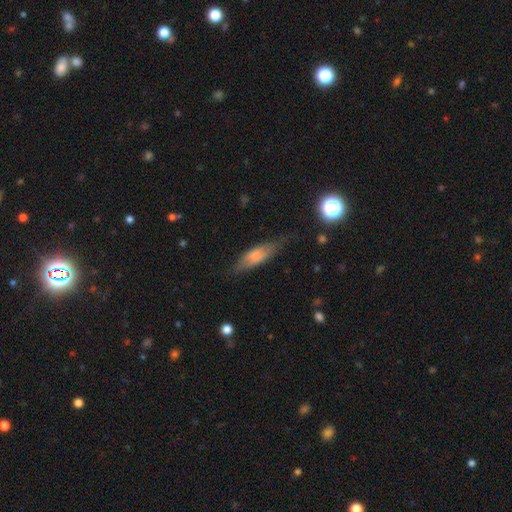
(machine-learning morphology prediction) smooth-or-featured: smooth: 69% | featured or disk: 24% | star or artifact: 7%
  how-rounded: in between: 51% | cigar-shaped: 47% | round: 2%
  merging: none: 66% | minor disturbance: 24% | major disturbance: 8% | merger: 2%